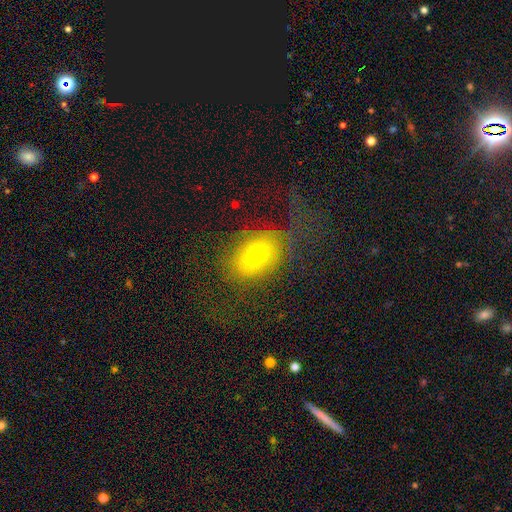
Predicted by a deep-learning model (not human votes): Overall: smooth (64%). How rounded: in between (75%). Merging: none (47%; major disturbance 34%).